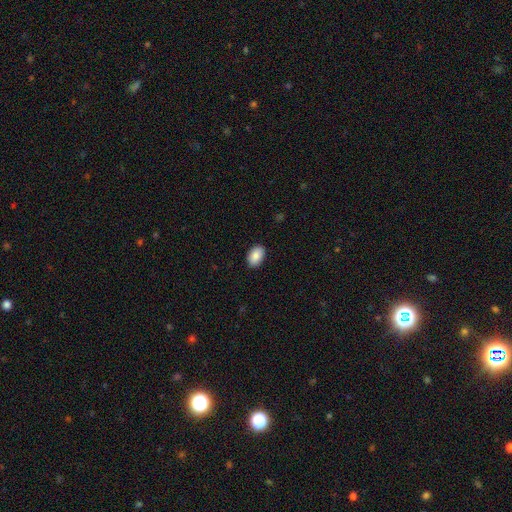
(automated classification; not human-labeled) Smooth or featured? smooth (88%)
How rounded? in between (91%)
Merging? none (90%)